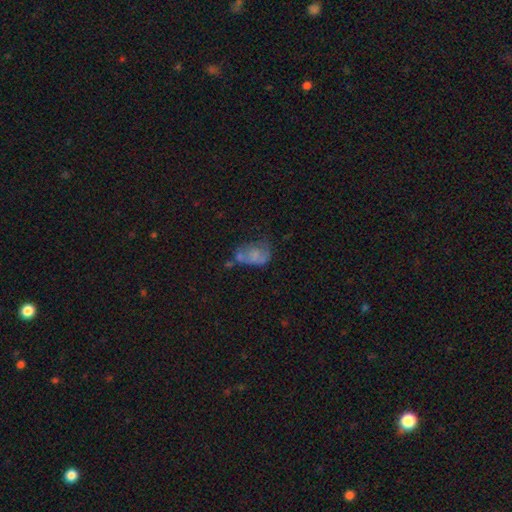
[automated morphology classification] Overall: smooth (56%; featured or disk 32%). How rounded: in between (79%). Merging: major disturbance (31%; minor disturbance 24%).